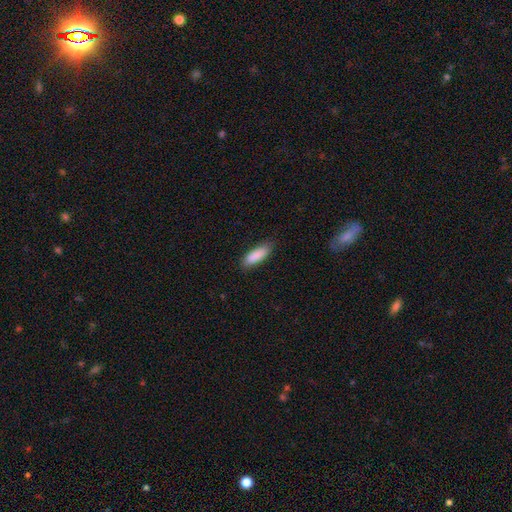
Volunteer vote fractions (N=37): Smooth or featured? 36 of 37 (97%) said smooth. How rounded? 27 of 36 (75%) said in between. Merging? 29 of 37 (78%) said none.